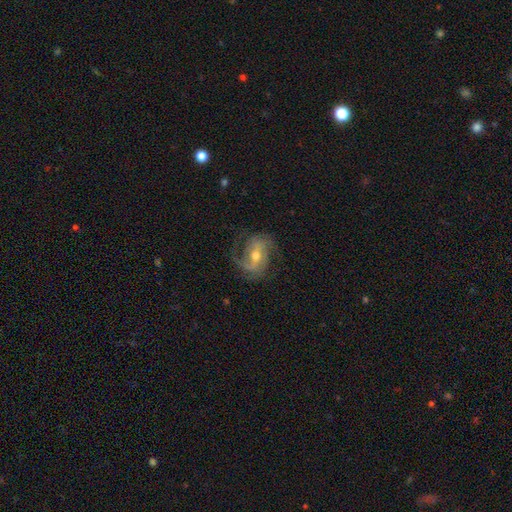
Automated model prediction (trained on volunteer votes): This is clearly a featured or disk galaxy (83%). It is clearly not viewed edge-on (97%). Bar: marginally weak (45%). Spiral arm pattern: clearly yes (95%). Spiral arm count: possibly 2 (53%). Spiral winding: possibly medium (46%). Central bulge: likely moderate (68%). Merging: likely none (66%).